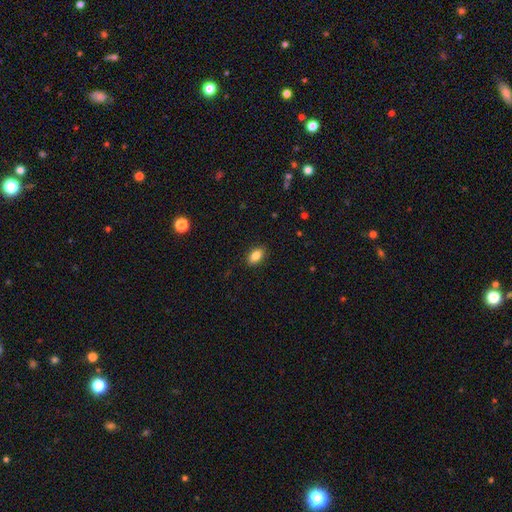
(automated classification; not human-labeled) Q: Smooth or featured?
A: smooth (86%); runner-up: star or artifact (8%)
Q: How rounded?
A: in between (87%); runner-up: round (11%)
Q: Merging?
A: none (89%); runner-up: minor disturbance (8%)